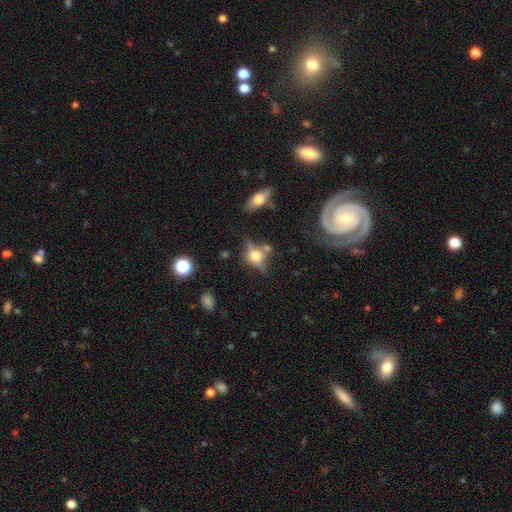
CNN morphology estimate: Q: Smooth or featured?
A: featured or disk (51%); runner-up: smooth (35%)
Q: Edge-on disk?
A: yes (84%); runner-up: no (16%)
Q: Merging?
A: none (65%); runner-up: minor disturbance (17%)